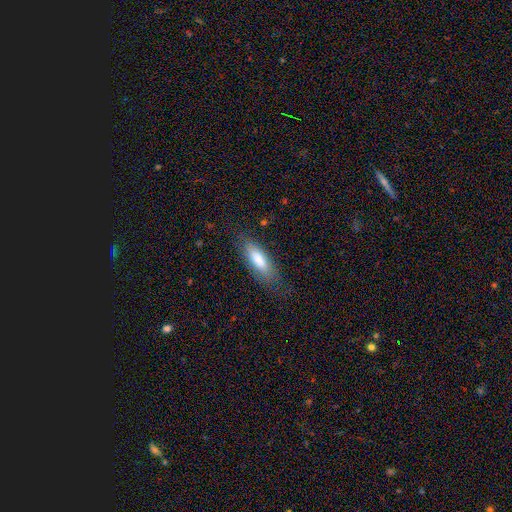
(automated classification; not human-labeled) smooth_or_featured: smooth (p=0.73) [alt: featured or disk p=0.19]
how_rounded: in between (p=0.53) [alt: cigar-shaped p=0.45]
merging: none (p=0.77) [alt: minor disturbance p=0.17]